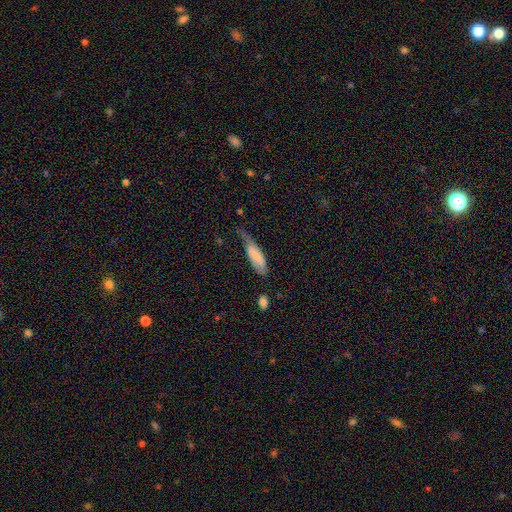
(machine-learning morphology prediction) smooth-or-featured: smooth: 72% | featured or disk: 22% | star or artifact: 6%
  how-rounded: in between: 57% | cigar-shaped: 41% | round: 2%
  merging: minor disturbance: 41% | major disturbance: 29% | none: 26% | merger: 4%